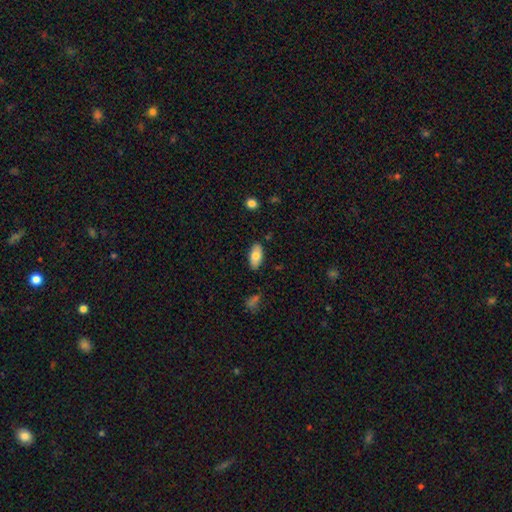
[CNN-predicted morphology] Smooth or featured? Predicted: smooth (p=0.76). How rounded? Predicted: in between (p=0.91). Merging? Predicted: none (p=0.86).